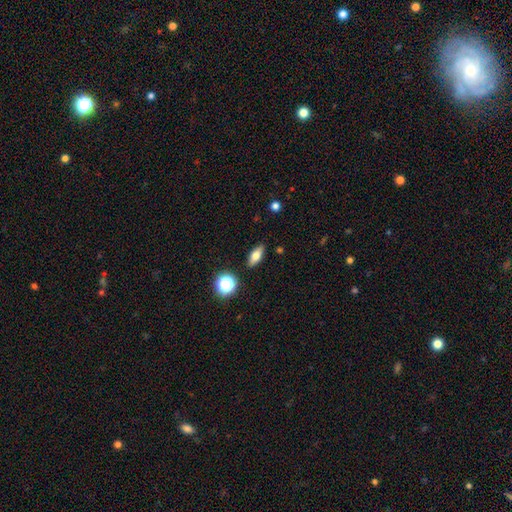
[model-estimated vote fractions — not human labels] Smooth or featured? Predicted: smooth (p=0.64). How rounded? Predicted: in between (p=0.70). Merging? Predicted: none (p=0.87).